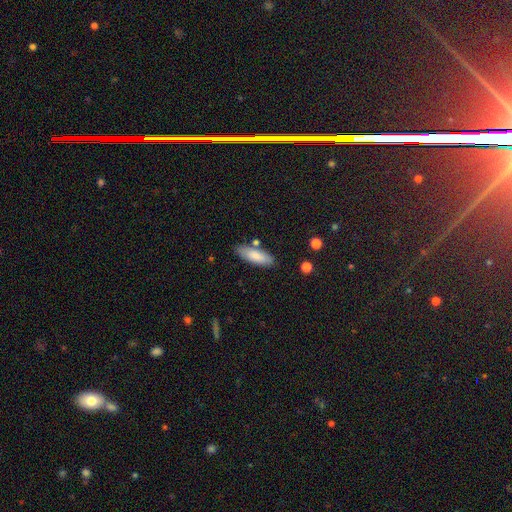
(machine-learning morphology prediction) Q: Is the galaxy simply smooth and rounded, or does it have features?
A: smooth — 82%.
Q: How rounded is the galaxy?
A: in between — 65%.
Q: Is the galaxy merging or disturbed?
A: none — 80%.